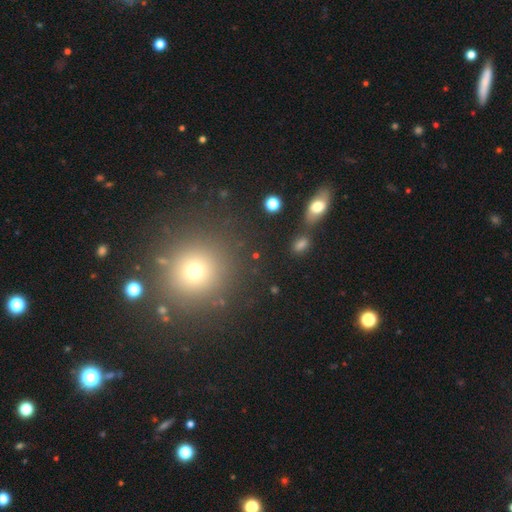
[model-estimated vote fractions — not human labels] This is possibly a smooth galaxy (59%). How rounded: likely round (78%). Merging: clearly none (81%).